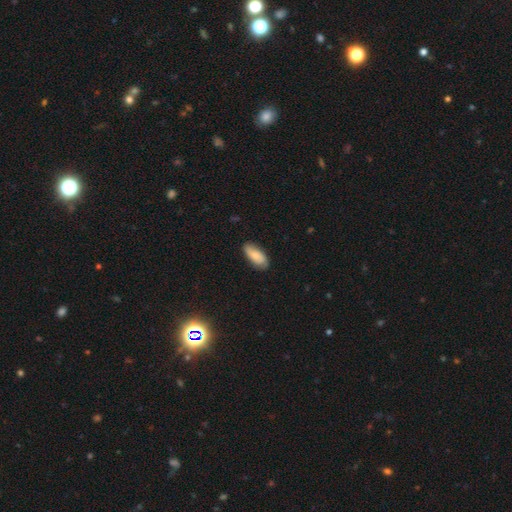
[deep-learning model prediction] The model was most divided on "smooth or featured": smooth: 76%, featured or disk: 18%, star or artifact: 7%. More confident: how rounded — in between (85%); merging — none (79%).